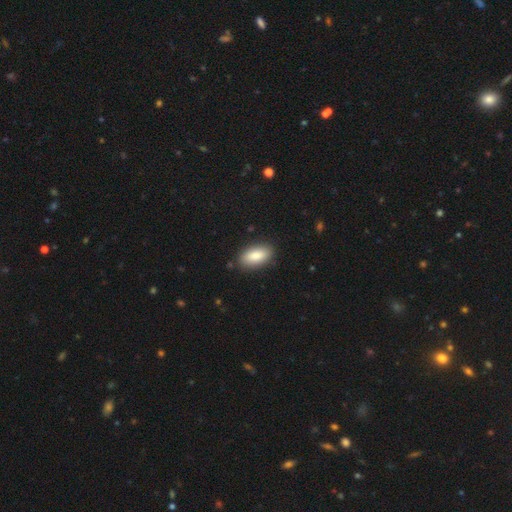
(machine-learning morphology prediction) This is clearly a smooth galaxy (86%). How rounded: clearly in between (91%). Merging: clearly none (87%).